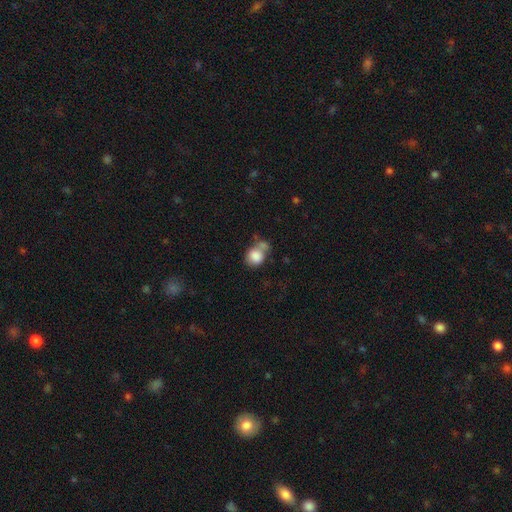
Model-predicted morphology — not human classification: type=smooth (83%); roundness=round (65%); merging=none (37%).